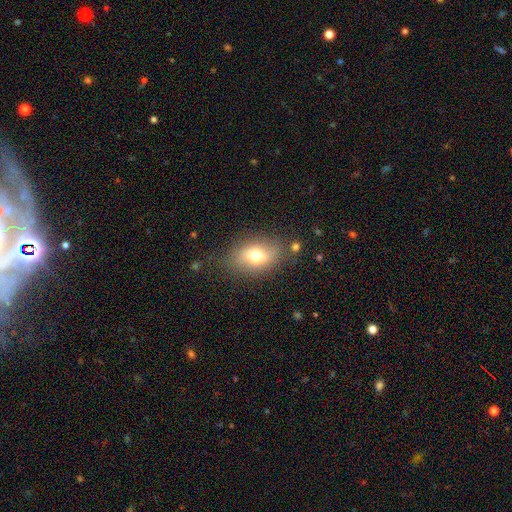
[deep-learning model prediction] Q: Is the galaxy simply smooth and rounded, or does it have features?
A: smooth — 68%.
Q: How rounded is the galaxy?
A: in between — 80%.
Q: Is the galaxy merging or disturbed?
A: none — 77%.